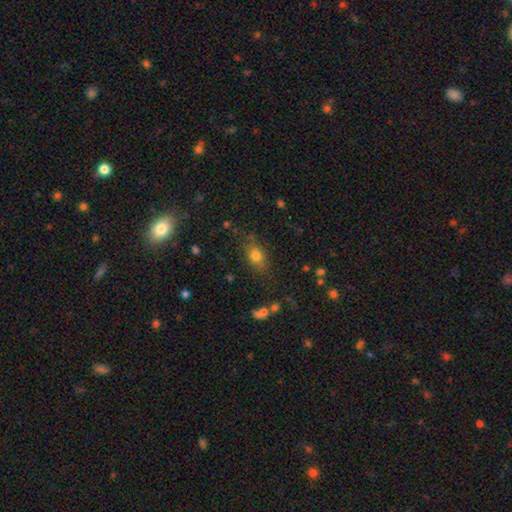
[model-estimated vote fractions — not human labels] This is likely a smooth galaxy (77%). How rounded: likely in between (70%). Merging: likely none (77%).